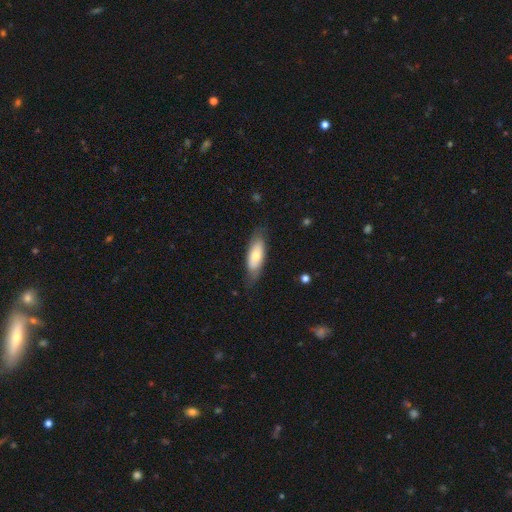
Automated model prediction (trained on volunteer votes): smooth_or_featured: smooth (p=0.62) [alt: featured or disk p=0.32]
how_rounded: in between (p=0.72) [alt: cigar-shaped p=0.26]
merging: none (p=0.74) [alt: minor disturbance p=0.20]